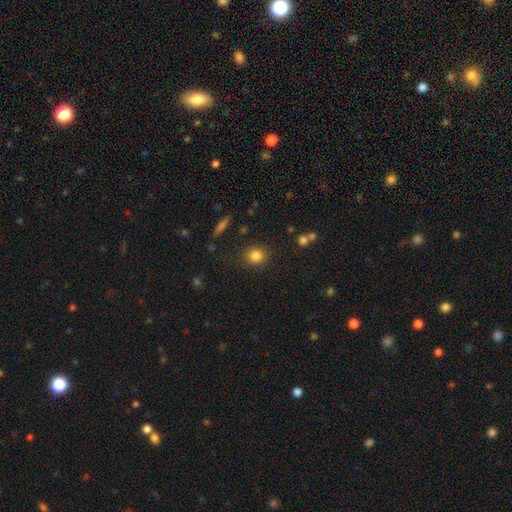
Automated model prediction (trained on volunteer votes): This appears to be a smooth galaxy with no disk features (83%) that is round (78%). Merging: none (84%).